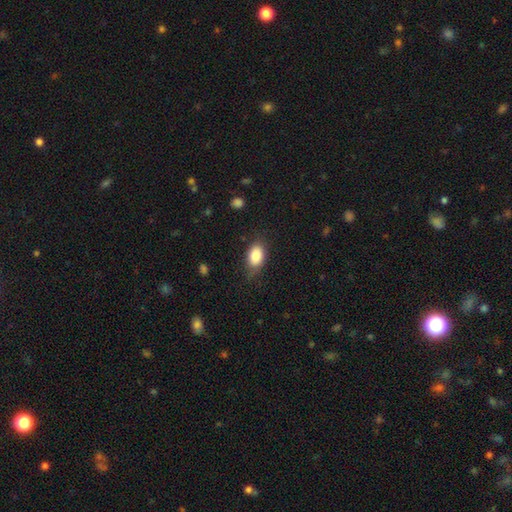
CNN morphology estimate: The model was most divided on "merging": none: 71%, minor disturbance: 22%, major disturbance: 6%, merger: 1%. More confident: how rounded — in between (87%); smooth or featured — smooth (86%).